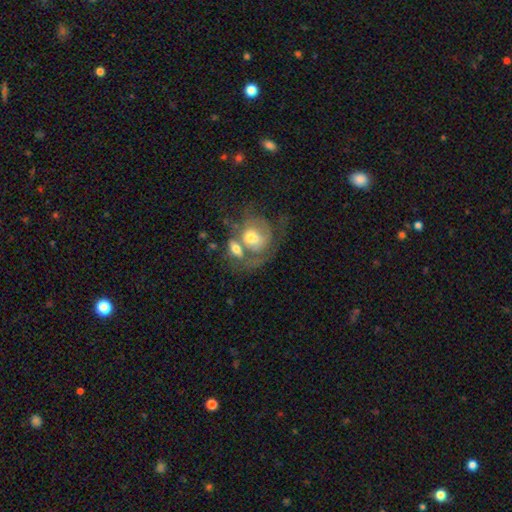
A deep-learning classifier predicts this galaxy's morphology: The model was most divided on "merging": none: 40%, merger: 28%, major disturbance: 16%, minor disturbance: 15%. More confident: edge-on disk — no (96%); bar — no (71%); bulge size — moderate (64%); spiral arms — yes (62%); smooth or featured — featured or disk (59%).